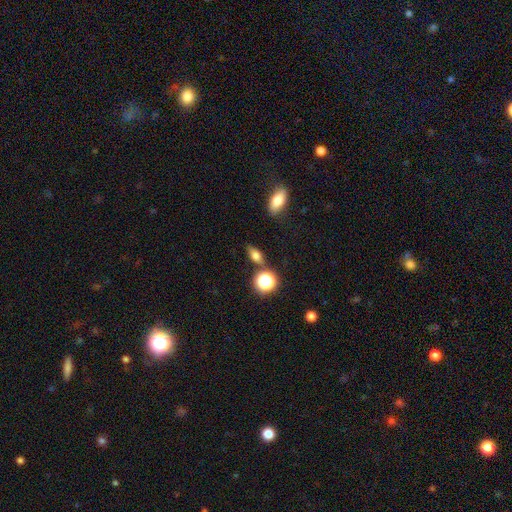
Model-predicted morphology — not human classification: A smooth galaxy with no disk features (66%) that is in between round and cigar-shaped (66%).

Vote fractions:
- Smooth or featured? smooth: 66% / featured or disk: 18% / star or artifact: 15%
- How rounded? in between: 66% / round: 21% / cigar-shaped: 13%
- Merging? none: 77% / minor disturbance: 13% / merger: 7% / major disturbance: 4%